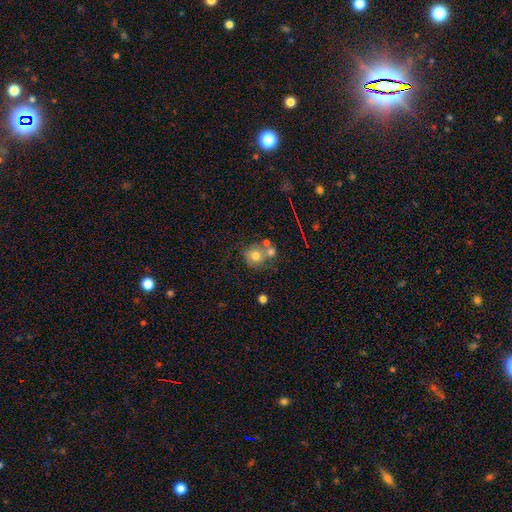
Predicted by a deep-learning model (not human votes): A smooth galaxy with no disk features (72%) that is round (83%). Merging: none (50%).